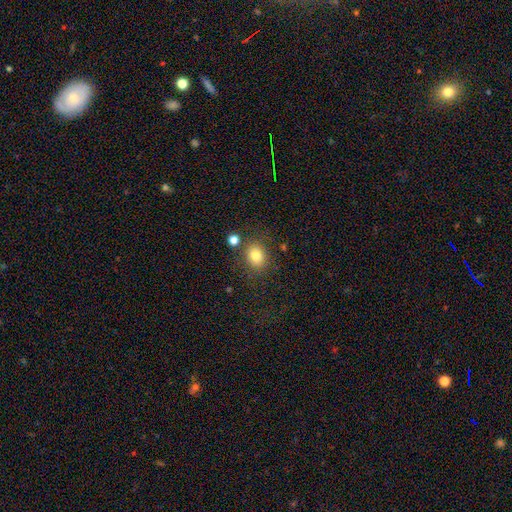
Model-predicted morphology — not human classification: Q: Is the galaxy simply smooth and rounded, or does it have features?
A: smooth — 81%.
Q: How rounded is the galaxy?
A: round — 55%.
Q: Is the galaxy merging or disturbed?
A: none — 79%.